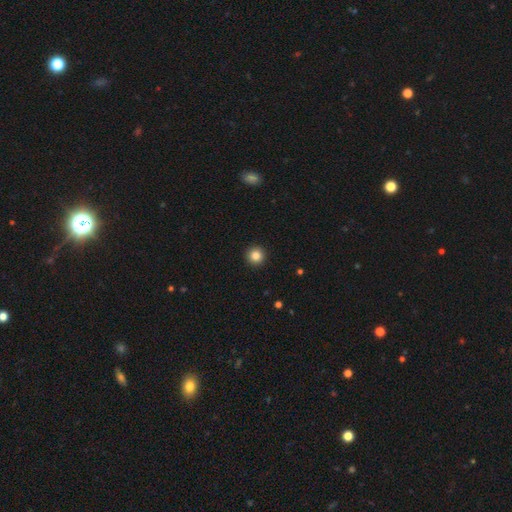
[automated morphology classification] A smooth galaxy with no disk features (84%) that is round (96%). Merging: none (94%).